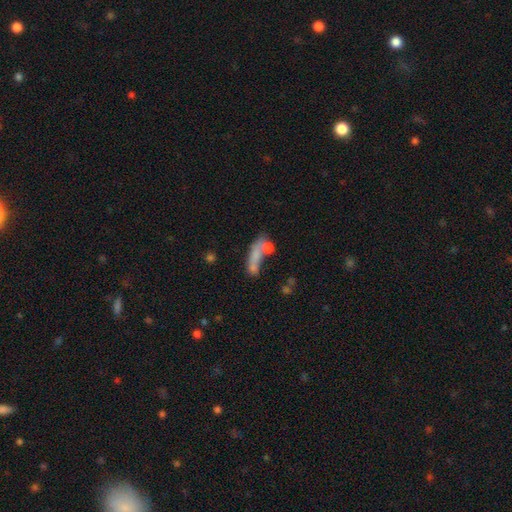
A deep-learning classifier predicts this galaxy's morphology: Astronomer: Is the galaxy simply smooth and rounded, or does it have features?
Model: smooth — 64%.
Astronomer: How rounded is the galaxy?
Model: cigar-shaped — 58% (runner-up: in between, 34%).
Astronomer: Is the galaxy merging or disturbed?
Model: none — 36% (runner-up: merger, 32%).